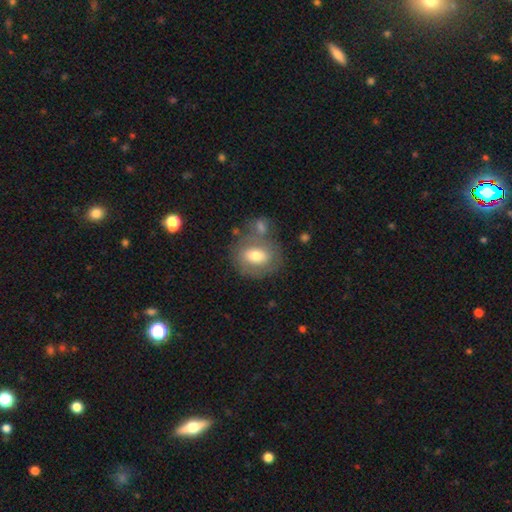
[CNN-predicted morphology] The model was most divided on "how rounded": in between: 50%, round: 49%, cigar-shaped: 1%. More confident: smooth or featured — smooth (60%); merging — none (57%).